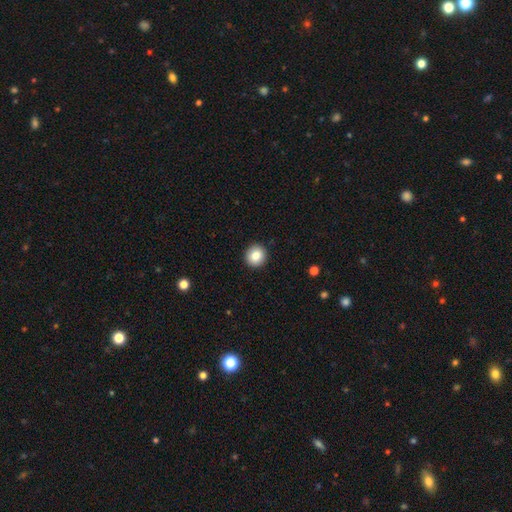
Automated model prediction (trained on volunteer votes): smooth 84%, star or artifact 9%, featured or disk 8%. Down the decision tree: how rounded — round (93%); merging — none (93%).